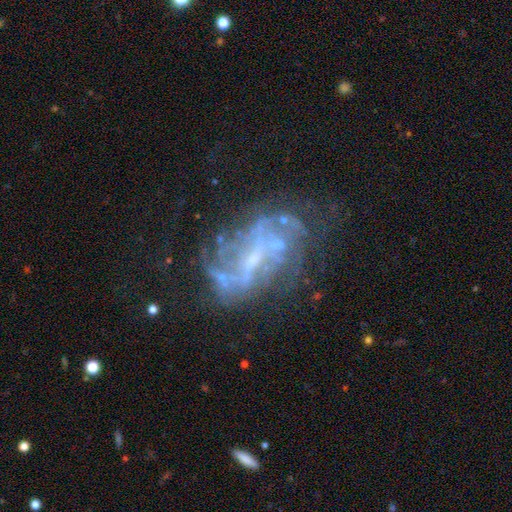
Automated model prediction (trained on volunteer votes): Morphology: type=featured or disk (74%); edge-on=no (94%); bar=weak (40%); spiral arms=yes (53%); bulge=small (52%); merging=none (47%).